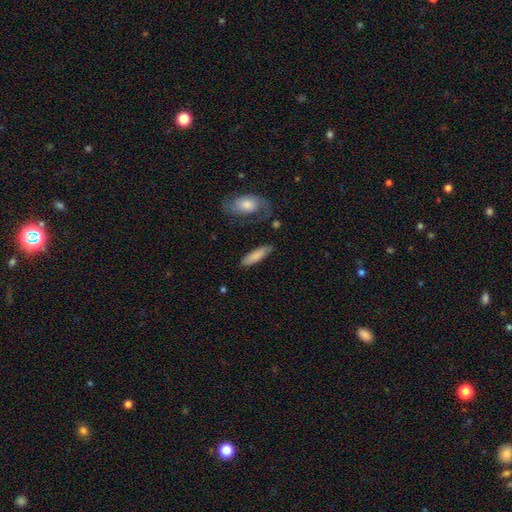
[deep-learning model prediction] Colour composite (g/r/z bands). It shows a smooth galaxy with no disk features (79%) that is cigar-shaped (61%). Merging: none (78%).